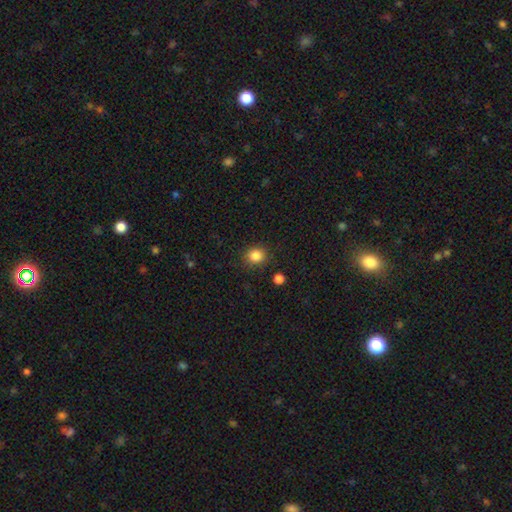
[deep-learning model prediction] A smooth galaxy with no disk features (85%) that is round (80%). Merging: none (86%).